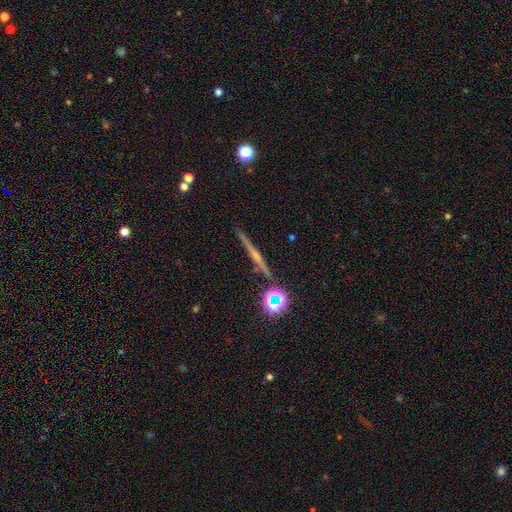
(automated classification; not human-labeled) smooth_or_featured: featured or disk (p=0.66) [alt: smooth p=0.20]
disk_edge_on: yes (p=0.97) [alt: no p=0.03]
edge_on_bulge: rounded (p=0.64) [alt: none p=0.27]
merging: none (p=0.88) [alt: minor disturbance p=0.07]